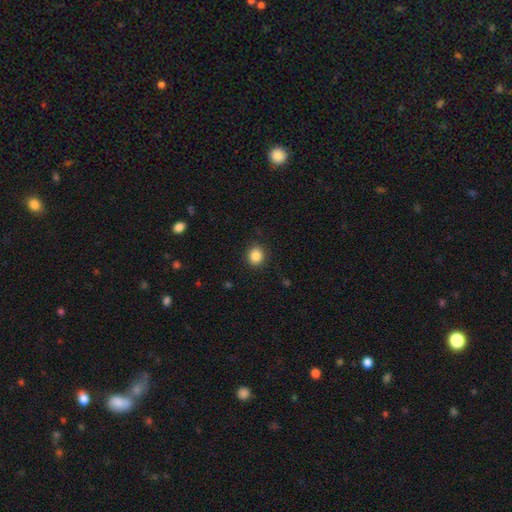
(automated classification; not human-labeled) Overall: smooth (86%). How rounded: round (79%). Merging: none (89%).